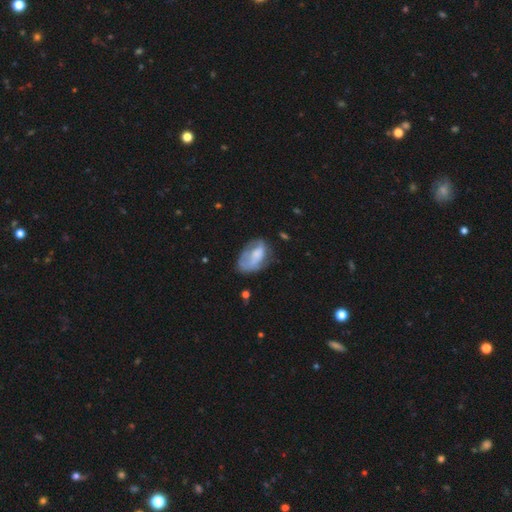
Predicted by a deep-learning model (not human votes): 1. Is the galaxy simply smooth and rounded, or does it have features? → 53% smooth, 39% featured or disk, 8% star or artifact.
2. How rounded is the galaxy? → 90% in between, 7% round, 2% cigar-shaped.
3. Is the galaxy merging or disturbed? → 40% none, 30% minor disturbance, 25% major disturbance, 5% merger.